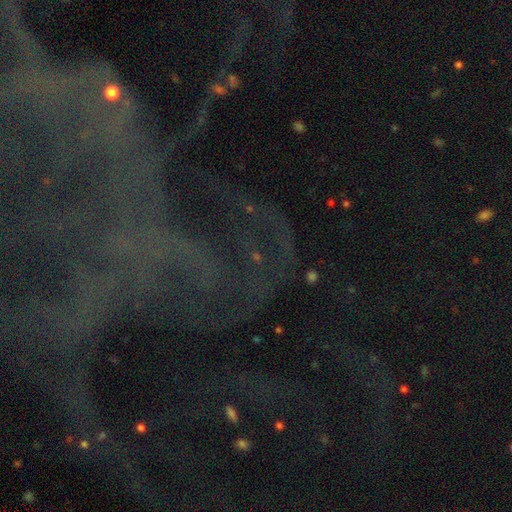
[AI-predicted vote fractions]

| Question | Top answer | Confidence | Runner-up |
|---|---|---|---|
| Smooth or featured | star or artifact | 64% | featured or disk (24%) |